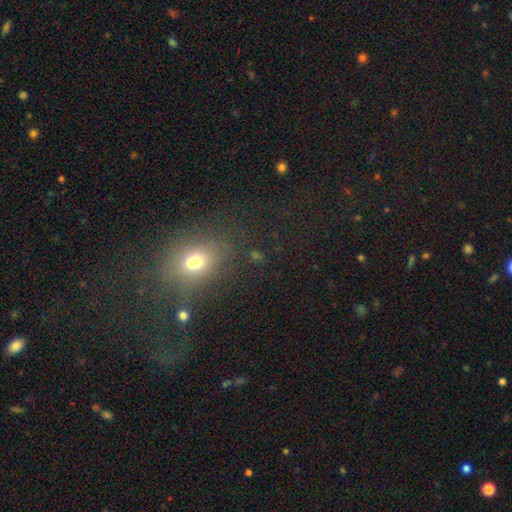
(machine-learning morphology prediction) Overall: smooth (54%; star or artifact 33%). How rounded: round (55%; in between 42%). Merging: none (68%).